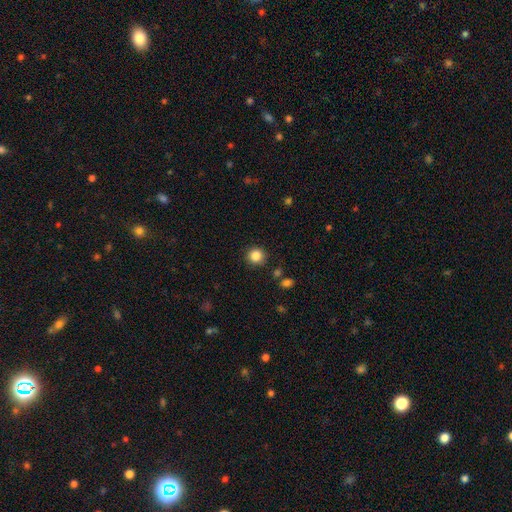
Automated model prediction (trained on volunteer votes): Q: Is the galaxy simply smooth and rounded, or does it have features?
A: smooth — 86%.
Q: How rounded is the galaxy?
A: round — 93%.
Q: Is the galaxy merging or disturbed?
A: none — 89%.